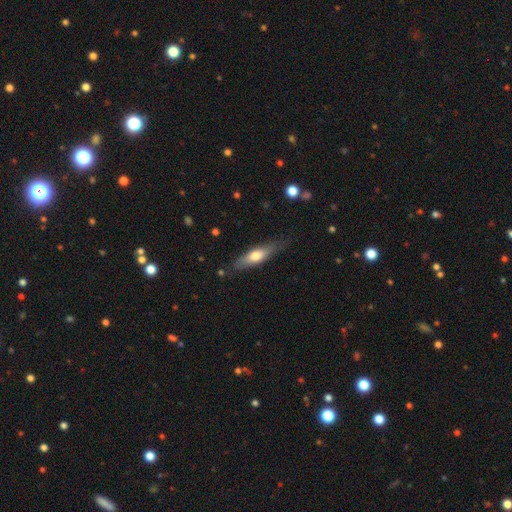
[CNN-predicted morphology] smooth 58%, featured or disk 37%, star or artifact 6%. Down the decision tree: how rounded — cigar-shaped (62%); merging — none (74%).